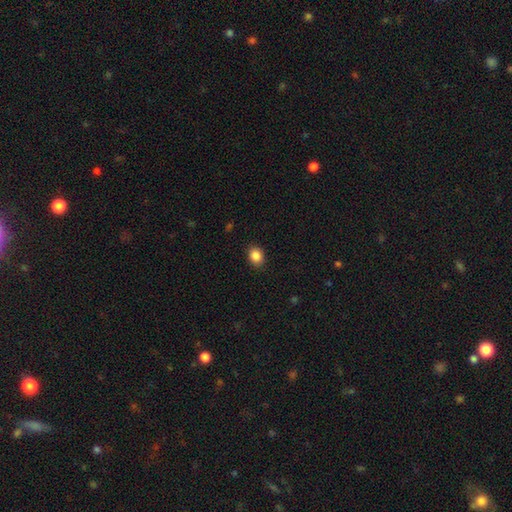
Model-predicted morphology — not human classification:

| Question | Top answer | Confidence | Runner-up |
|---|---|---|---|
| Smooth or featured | smooth | 87% | star or artifact (9%) |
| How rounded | in between | 51% | round (48%) |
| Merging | none | 89% | minor disturbance (8%) |